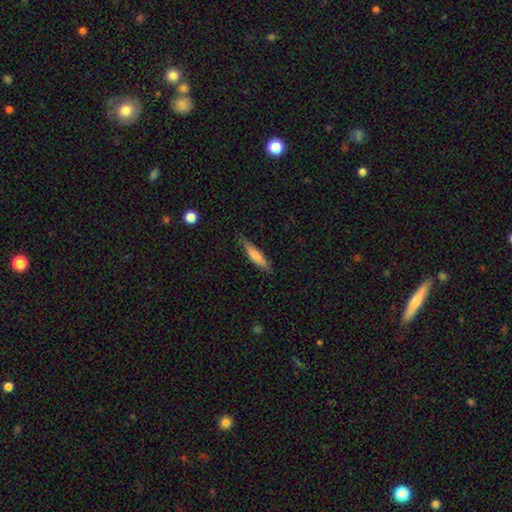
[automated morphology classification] Smooth or featured?
  - smooth: 69% *
  - featured or disk: 25%
  - star or artifact: 6%
How rounded?
  - cigar-shaped: 83% *
  - in between: 15%
  - round: 2%
Merging?
  - none: 84% *
  - minor disturbance: 13%
  - major disturbance: 2%
  - merger: 1%